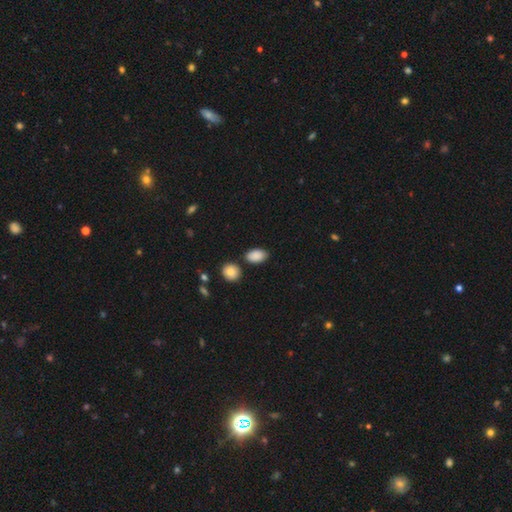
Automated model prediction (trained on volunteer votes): Smooth or featured?
  - smooth: 89% *
  - star or artifact: 7%
  - featured or disk: 4%
How rounded?
  - in between: 90% *
  - round: 9%
  - cigar-shaped: 2%
Merging?
  - none: 77% *
  - minor disturbance: 13%
  - merger: 6%
  - major disturbance: 3%